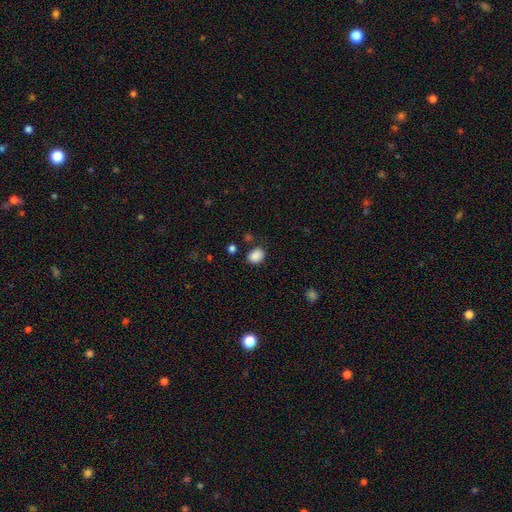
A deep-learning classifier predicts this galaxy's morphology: smooth-or-featured: smooth: 87% | star or artifact: 9% | featured or disk: 3%
  how-rounded: in between: 52% | round: 47% | cigar-shaped: 1%
  merging: none: 77% | minor disturbance: 14% | merger: 5% | major disturbance: 4%